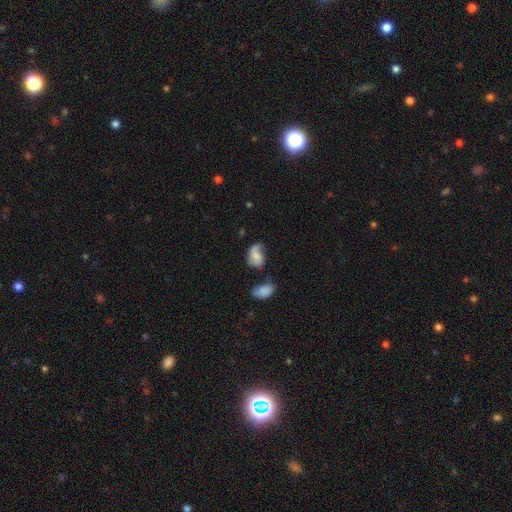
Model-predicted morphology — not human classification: Smooth or featured: featured or disk — 58% (smooth — 33%)
Edge-on disk: no — 97% (yes — 3%)
Bar: no — 55% (weak — 36%)
Spiral arms: yes — 89% (no — 11%)
Spiral winding: loose — 52% (medium — 35%)
Spiral arm count: 2 — 74% (1 — 16%)
Bulge size: none — 38% (small — 30%)
Merging: none — 45% (minor disturbance — 26%)